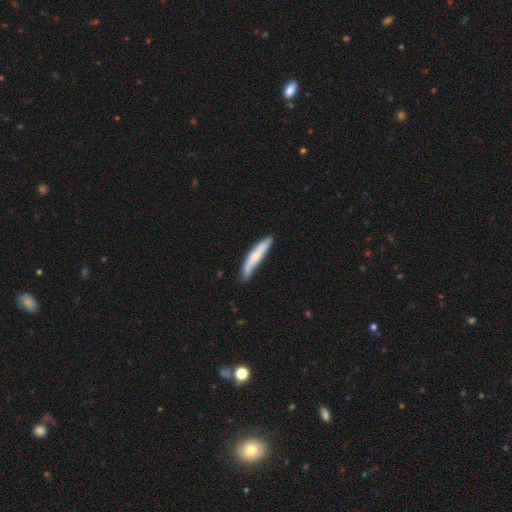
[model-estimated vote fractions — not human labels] smooth_or_featured: smooth (p=0.62) [alt: featured or disk p=0.33]
how_rounded: cigar-shaped (p=0.88) [alt: in between p=0.10]
merging: none (p=0.62) [alt: minor disturbance p=0.28]